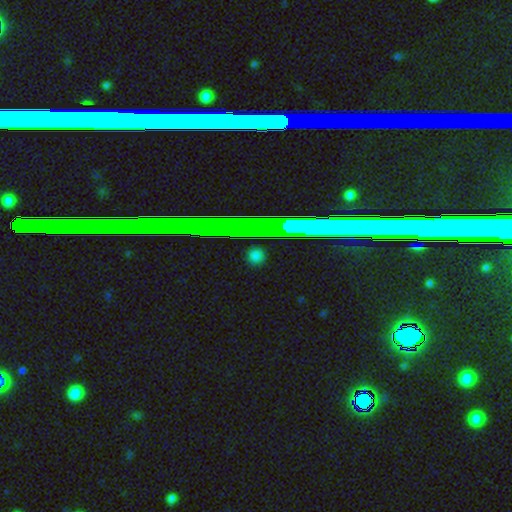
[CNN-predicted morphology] Smooth or featured? star or artifact (51%)